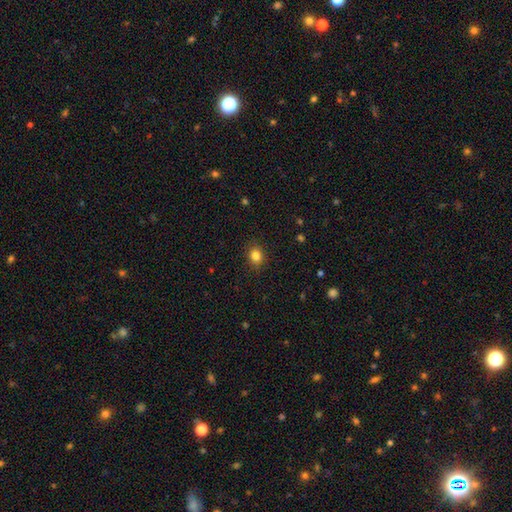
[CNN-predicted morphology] type=smooth (83%); roundness=round (57%); merging=none (88%).